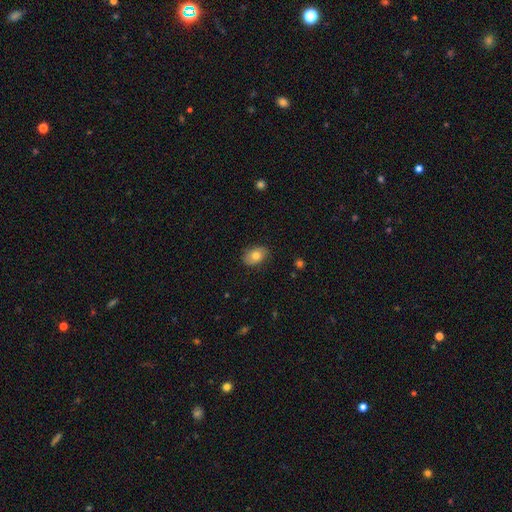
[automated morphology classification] Smooth or featured? Predicted: smooth (p=0.74). How rounded? Predicted: in between (p=0.81). Merging? Predicted: none (p=0.81).